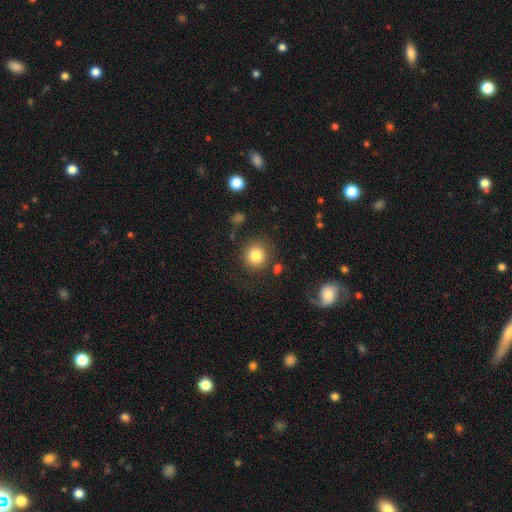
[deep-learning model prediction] Smooth or featured? smooth (83%)
How rounded? round (92%)
Merging? none (83%)